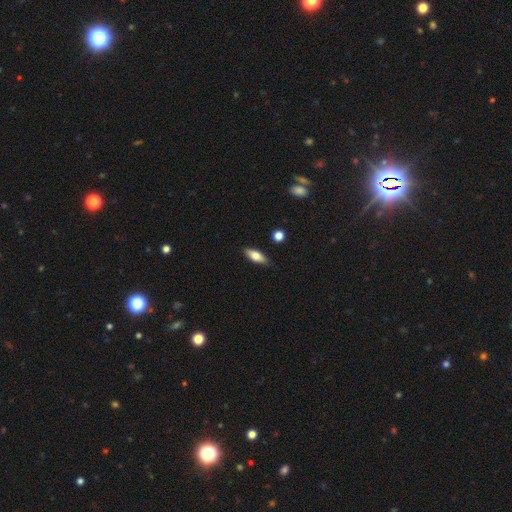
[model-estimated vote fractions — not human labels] Smooth or featured: smooth — 68% (featured or disk — 25%)
How rounded: in between — 66% (cigar-shaped — 31%)
Merging: none — 86% (minor disturbance — 10%)